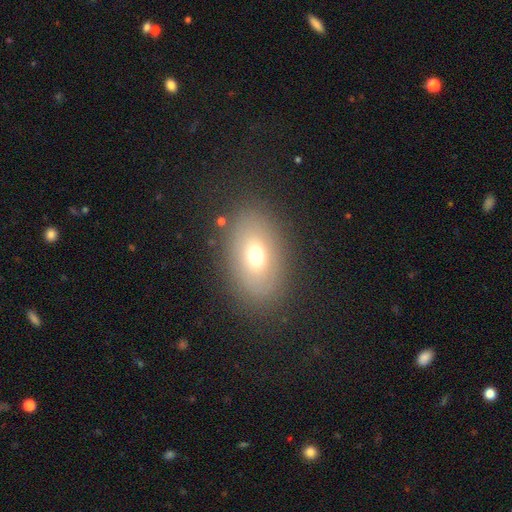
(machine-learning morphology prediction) Overall: smooth (63%; featured or disk 24%). How rounded: in between (82%). Merging: none (82%).